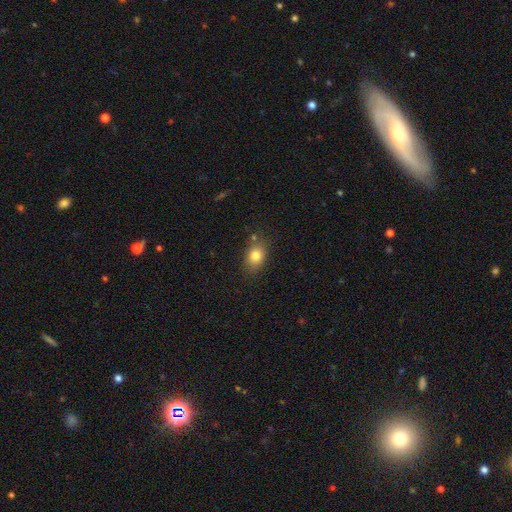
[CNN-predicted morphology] Smooth or featured? smooth (80%)
How rounded? in between (72%)
Merging? none (79%)